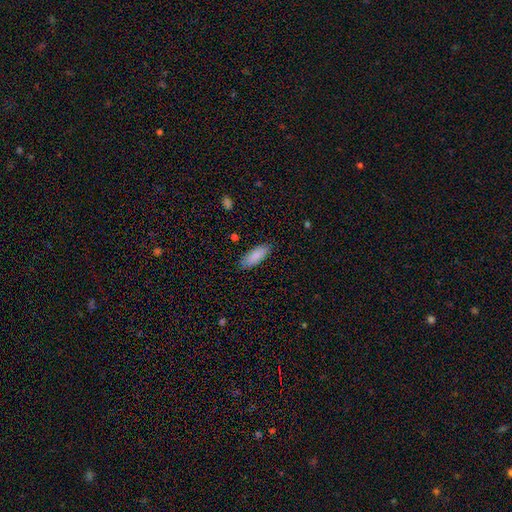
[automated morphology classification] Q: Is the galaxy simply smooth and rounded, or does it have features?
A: smooth — 88%.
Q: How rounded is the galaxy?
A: in between — 73%.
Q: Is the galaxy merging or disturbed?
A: none — 87%.